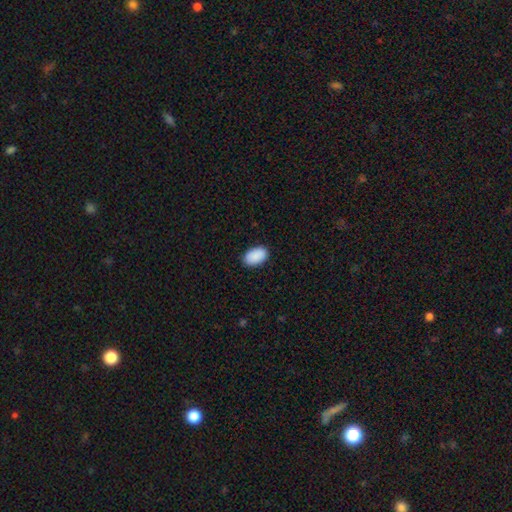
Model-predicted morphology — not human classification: smooth_or_featured: smooth (p=0.91) [alt: star or artifact p=0.06]
how_rounded: in between (p=0.92) [alt: round p=0.06]
merging: none (p=0.89) [alt: minor disturbance p=0.09]